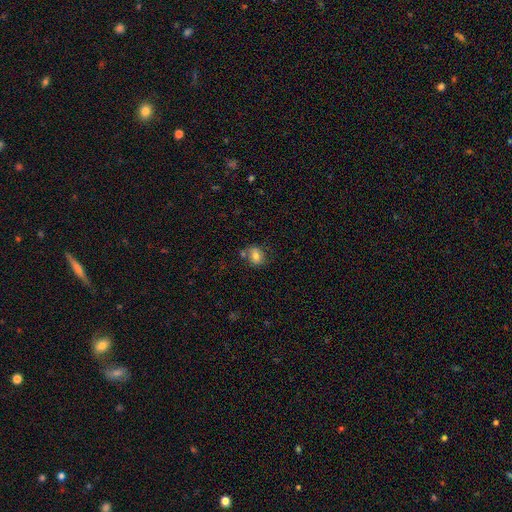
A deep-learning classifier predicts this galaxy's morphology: Q: Smooth or featured?
A: smooth (74%); runner-up: featured or disk (15%)
Q: How rounded?
A: round (51%); runner-up: in between (48%)
Q: Merging?
A: none (66%); runner-up: minor disturbance (17%)